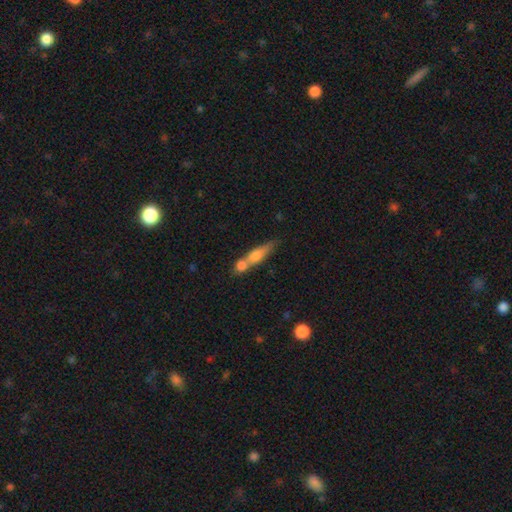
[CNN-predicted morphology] Smooth or featured? smooth (56%)
How rounded? cigar-shaped (70%)
Merging? merger (52%)